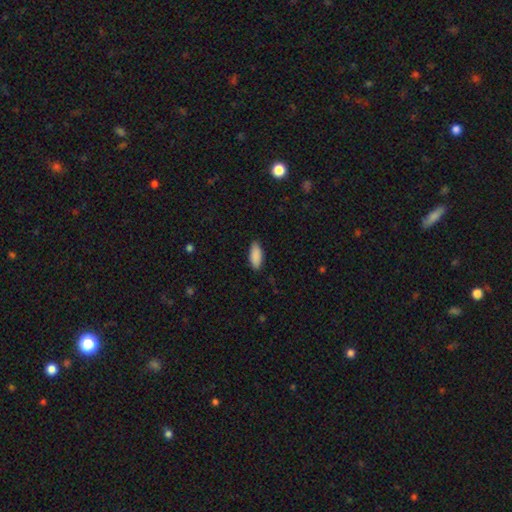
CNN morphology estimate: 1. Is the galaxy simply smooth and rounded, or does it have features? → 90% smooth, 6% star or artifact, 4% featured or disk.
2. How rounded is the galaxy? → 81% in between, 17% cigar-shaped, 2% round.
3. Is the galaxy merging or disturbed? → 88% none, 9% minor disturbance, 2% major disturbance, 1% merger.